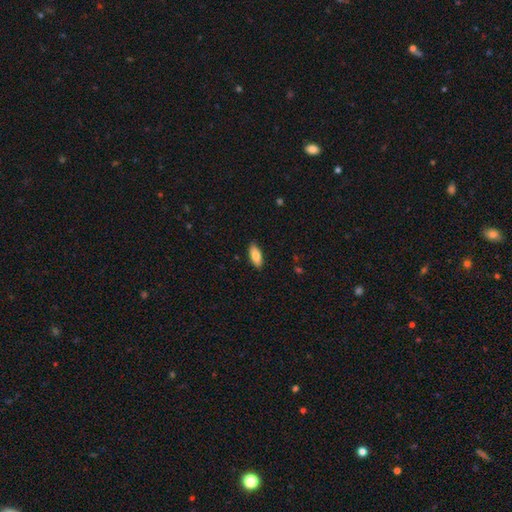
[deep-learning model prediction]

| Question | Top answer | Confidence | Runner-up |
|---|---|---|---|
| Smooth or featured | smooth | 82% | featured or disk (12%) |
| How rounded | in between | 83% | cigar-shaped (15%) |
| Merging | none | 89% | minor disturbance (9%) |